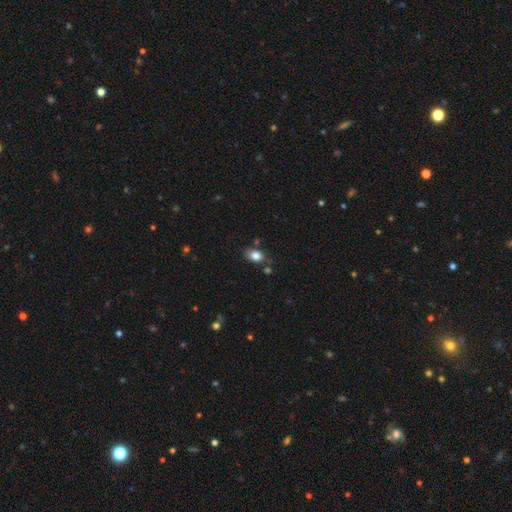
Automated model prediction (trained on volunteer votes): This is clearly a smooth galaxy (82%). How rounded: likely in between (79%). Merging: likely none (71%).